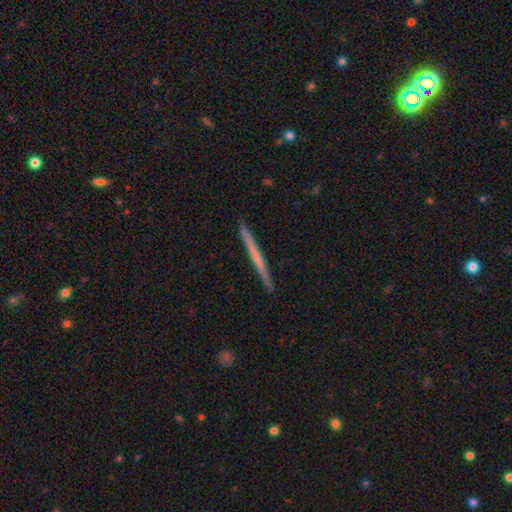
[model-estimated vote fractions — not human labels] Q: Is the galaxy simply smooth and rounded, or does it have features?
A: featured or disk — 52%.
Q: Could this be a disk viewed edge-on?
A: yes — 98%.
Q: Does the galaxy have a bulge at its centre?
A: none — 89%.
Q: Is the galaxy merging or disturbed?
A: none — 93%.